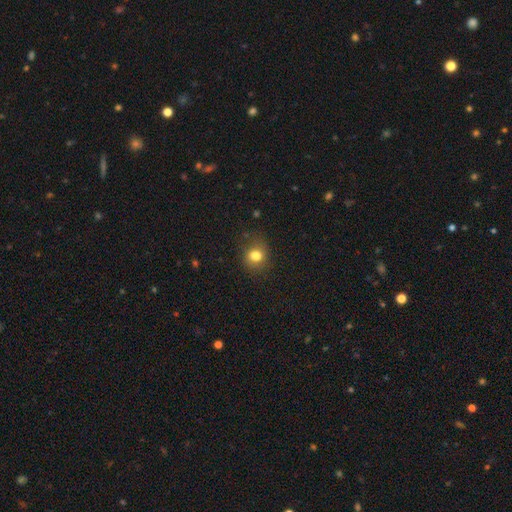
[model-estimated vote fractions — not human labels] Overall: smooth (80%). How rounded: round (68%; in between 31%). Merging: none (76%).